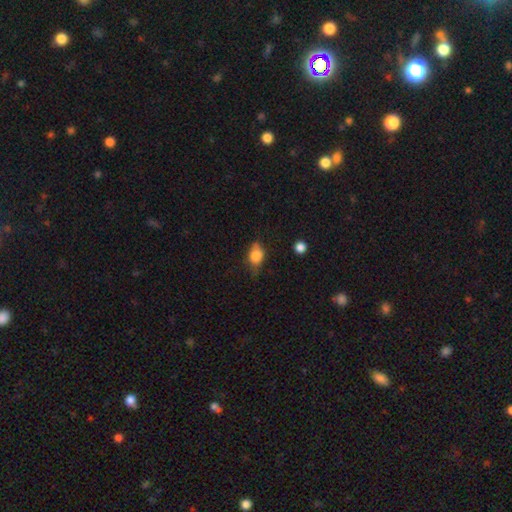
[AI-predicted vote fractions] This is likely a smooth galaxy (79%). How rounded: likely in between (76%). Merging: possibly none (47%).